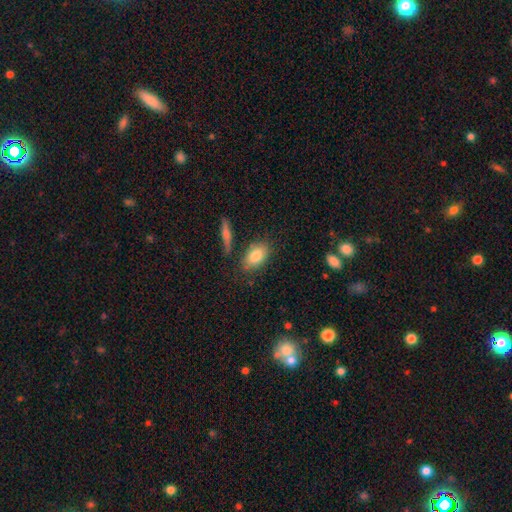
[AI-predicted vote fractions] Overall: smooth (82%). How rounded: in between (86%). Merging: none (76%).